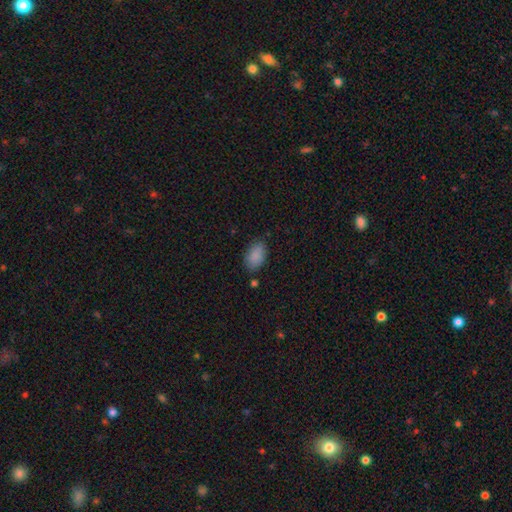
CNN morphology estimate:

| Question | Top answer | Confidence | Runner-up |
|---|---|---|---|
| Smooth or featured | smooth | 88% | star or artifact (7%) |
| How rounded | in between | 92% | round (6%) |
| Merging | none | 78% | minor disturbance (15%) |